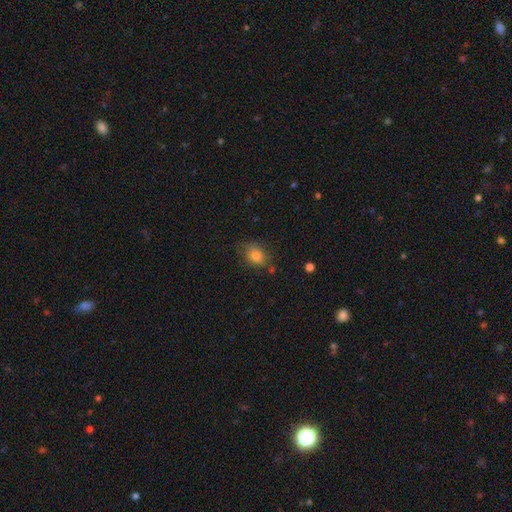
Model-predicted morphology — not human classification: smooth 82%, star or artifact 10%, featured or disk 8%. Down the decision tree: how rounded — in between (61%); merging — none (66%).